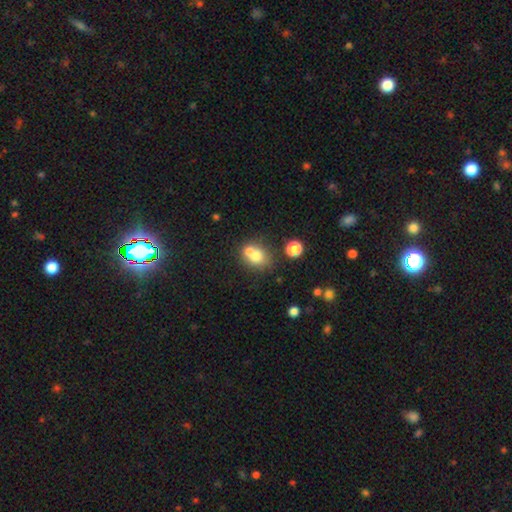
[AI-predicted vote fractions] A smooth galaxy with no disk features (71%) that is round (60%).

Vote fractions:
- Smooth or featured? smooth: 71% / featured or disk: 17% / star or artifact: 12%
- How rounded? round: 60% / in between: 39% / cigar-shaped: 1%
- Merging? merger: 49% / none: 37% / minor disturbance: 9% / major disturbance: 4%